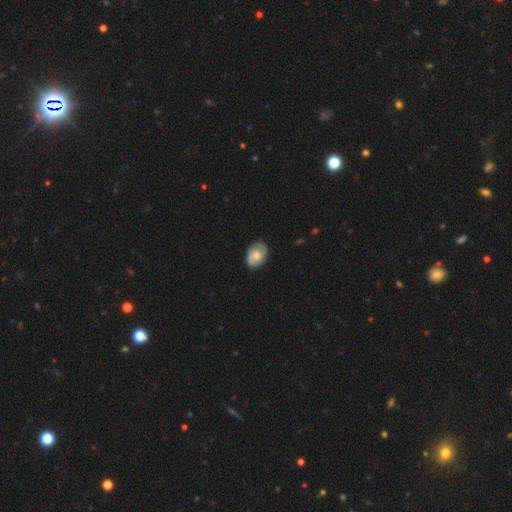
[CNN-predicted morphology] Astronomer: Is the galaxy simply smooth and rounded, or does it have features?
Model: featured or disk — 50% (runner-up: smooth, 43%).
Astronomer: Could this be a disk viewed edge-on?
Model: no — 96%.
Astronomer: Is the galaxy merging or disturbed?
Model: none — 81%.